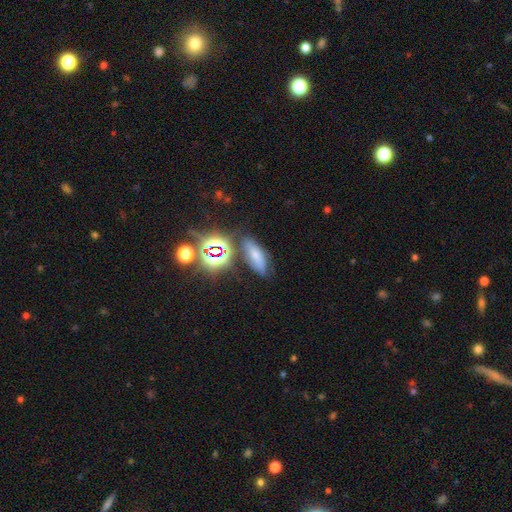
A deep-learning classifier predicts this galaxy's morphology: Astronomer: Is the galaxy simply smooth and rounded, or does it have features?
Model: smooth — 56%.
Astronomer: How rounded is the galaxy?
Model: in between — 70%.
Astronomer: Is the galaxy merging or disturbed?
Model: none — 70%.